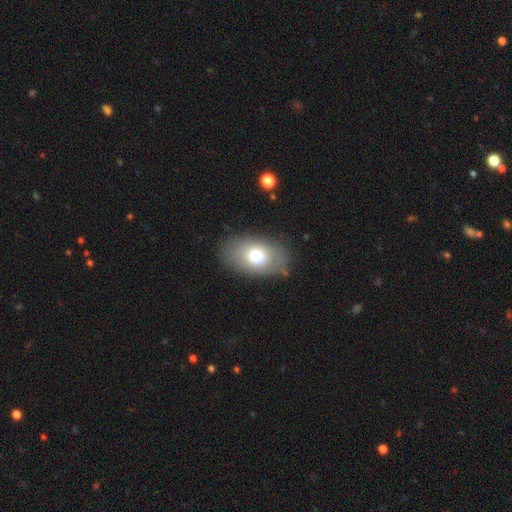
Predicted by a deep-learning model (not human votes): The model was most divided on "smooth or featured": smooth: 72%, featured or disk: 19%, star or artifact: 9%. More confident: how rounded — in between (88%); merging — none (80%).